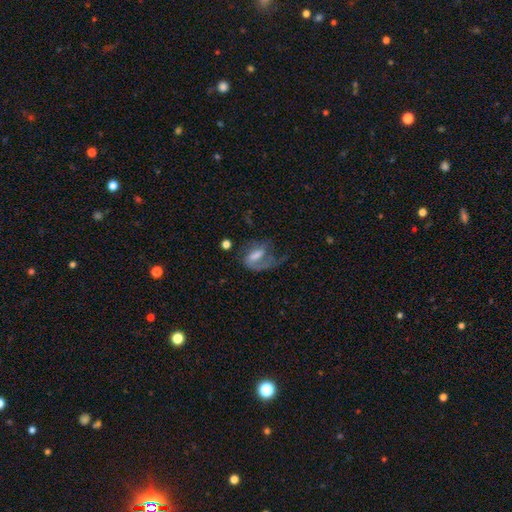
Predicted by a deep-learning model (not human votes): A featured or disk galaxy (55%) with a weak bar (40%), spiral arms (71%) and a moderate central bulge (33%).

Vote fractions:
- Smooth or featured? featured or disk: 55% / smooth: 36% / star or artifact: 9%
- Edge-on disk? no: 95% / yes: 5%
- Bar? weak: 40% / strong: 32% / no: 28%
- Spiral arms? yes: 71% / no: 29%
- Bulge size? moderate: 33% / none: 25% / large: 20% / small: 19% / dominant: 3%
- Merging? major disturbance: 50% / none: 27% / minor disturbance: 18% / merger: 4%